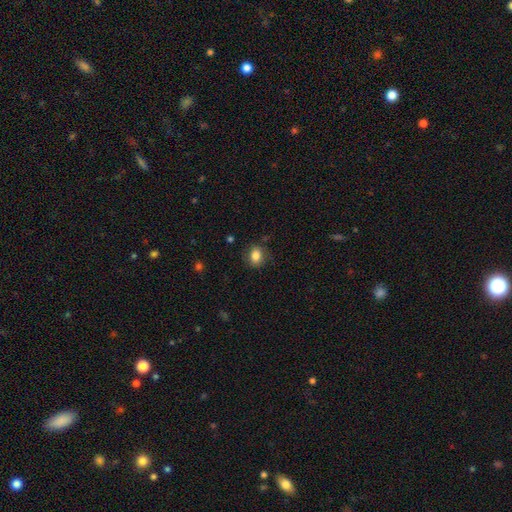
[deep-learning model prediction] A smooth galaxy with no disk features (84%) that is in between round and cigar-shaped (53%). Merging: none (81%).